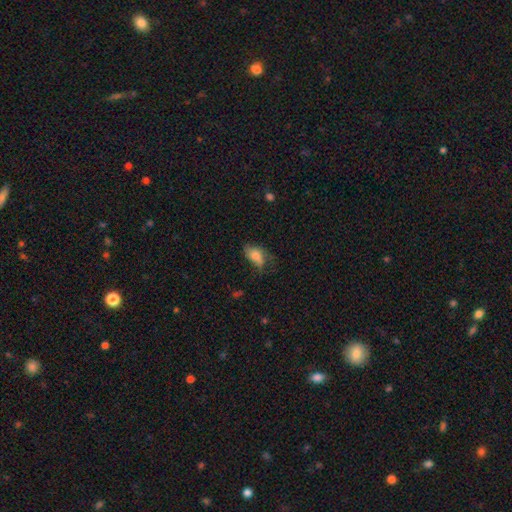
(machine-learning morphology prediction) A smooth galaxy with no disk features (71%) that is in between round and cigar-shaped (89%).

Vote fractions:
- Smooth or featured? smooth: 71% / featured or disk: 20% / star or artifact: 9%
- How rounded? in between: 89% / round: 7% / cigar-shaped: 4%
- Merging? none: 40% / minor disturbance: 34% / major disturbance: 24% / merger: 3%